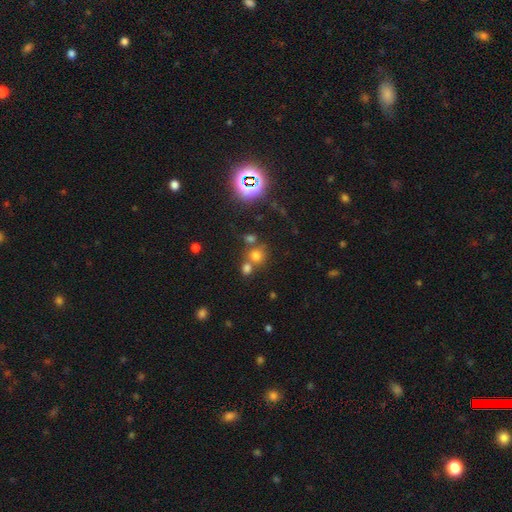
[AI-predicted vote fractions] Smooth or featured? smooth (65%)
How rounded? round (83%)
Merging? none (55%)